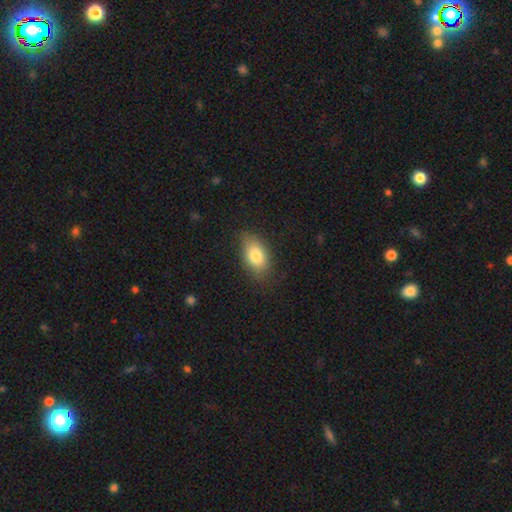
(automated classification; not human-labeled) smooth_or_featured: smooth (p=0.80) [alt: featured or disk p=0.12]
how_rounded: in between (p=0.89) [alt: round p=0.09]
merging: none (p=0.76) [alt: minor disturbance p=0.18]